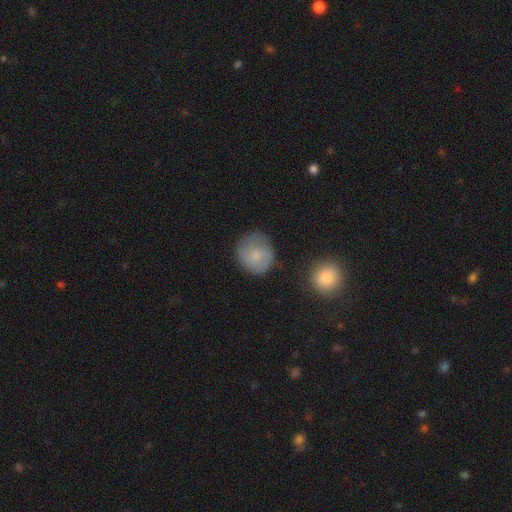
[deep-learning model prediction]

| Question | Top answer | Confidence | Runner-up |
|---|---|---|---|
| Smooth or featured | smooth | 70% | featured or disk (23%) |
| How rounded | round | 84% | in between (15%) |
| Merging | none | 73% | minor disturbance (19%) |